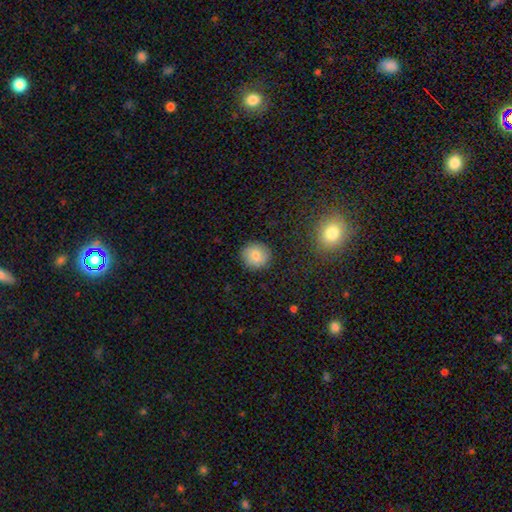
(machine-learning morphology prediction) Smooth or featured? Predicted: smooth (p=0.81). How rounded? Predicted: round (p=0.92). Merging? Predicted: none (p=0.89).